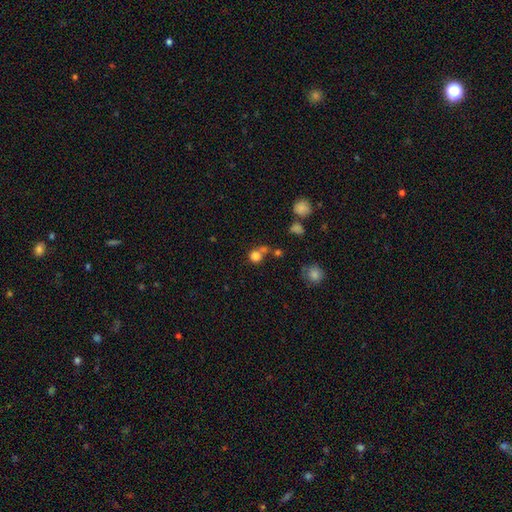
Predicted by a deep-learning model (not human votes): A smooth galaxy with no disk features (79%) that is round (87%). Merging: none (54%).